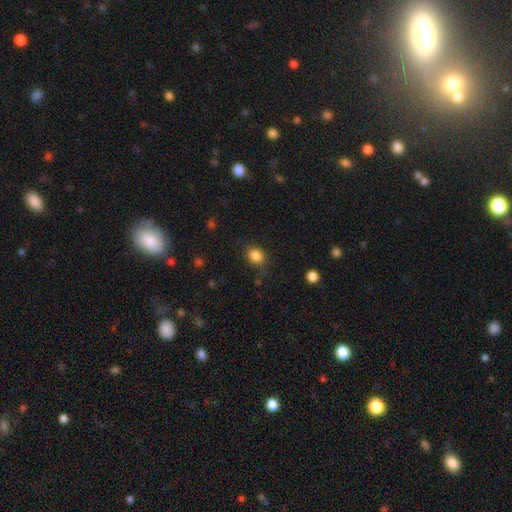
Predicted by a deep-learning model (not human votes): A smooth galaxy with no disk features (84%) that is round (54%). Merging: none (76%).